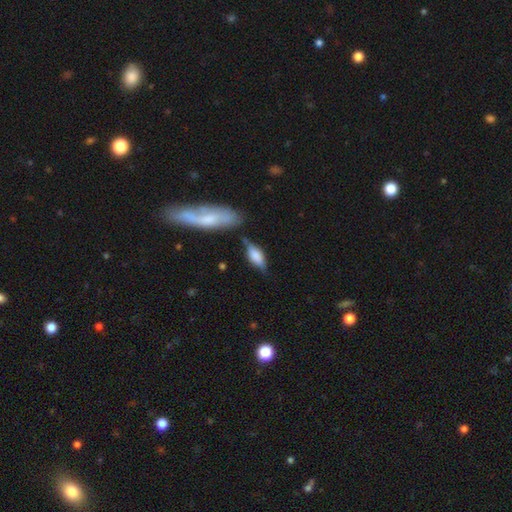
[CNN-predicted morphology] Smooth or featured? Predicted: smooth (p=0.64). How rounded? Predicted: in between (p=0.71). Merging? Predicted: none (p=0.60).